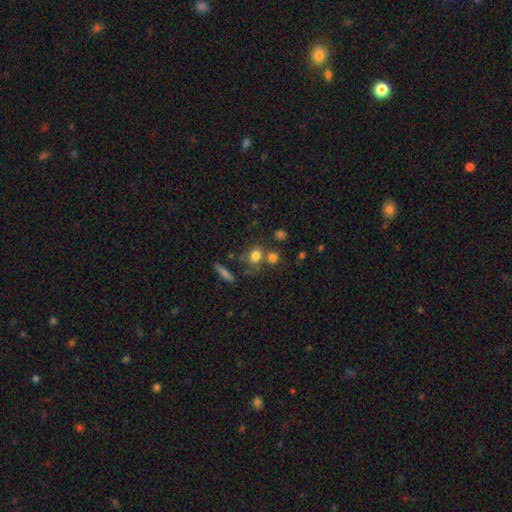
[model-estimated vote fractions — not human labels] smooth-or-featured: smooth: 76% | star or artifact: 13% | featured or disk: 11%
  how-rounded: round: 70% | in between: 28% | cigar-shaped: 2%
  merging: none: 54% | merger: 27% | minor disturbance: 12% | major disturbance: 6%